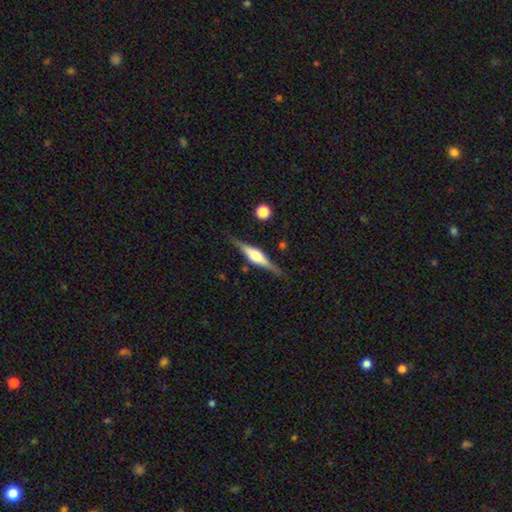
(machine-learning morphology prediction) Q: Smooth or featured?
A: featured or disk (73%); runner-up: smooth (21%)
Q: Edge-on disk?
A: yes (97%); runner-up: no (3%)
Q: Edge-on bulge?
A: rounded (82%); runner-up: boxy (15%)
Q: Merging?
A: none (84%); runner-up: minor disturbance (11%)